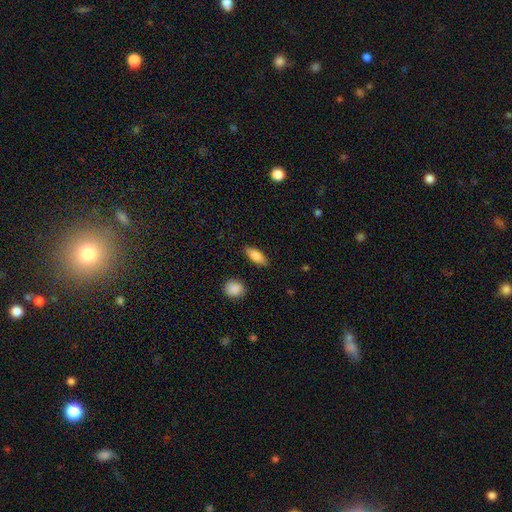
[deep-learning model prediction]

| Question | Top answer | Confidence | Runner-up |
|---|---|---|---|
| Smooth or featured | smooth | 81% | featured or disk (13%) |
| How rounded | in between | 72% | cigar-shaped (25%) |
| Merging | none | 86% | minor disturbance (10%) |